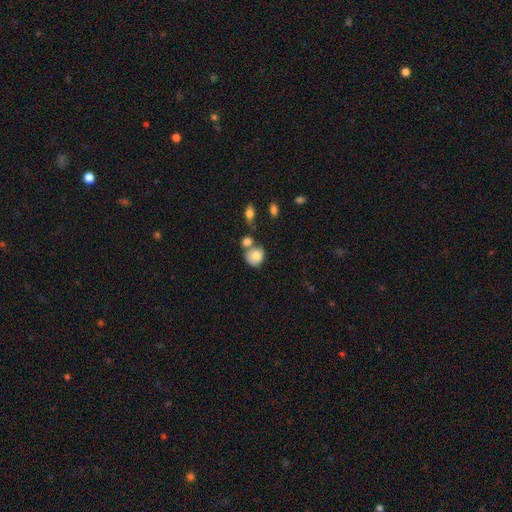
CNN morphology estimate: smooth 70%, featured or disk 23%, star or artifact 8%. Down the decision tree: how rounded — round (73%); merging — none (45%).